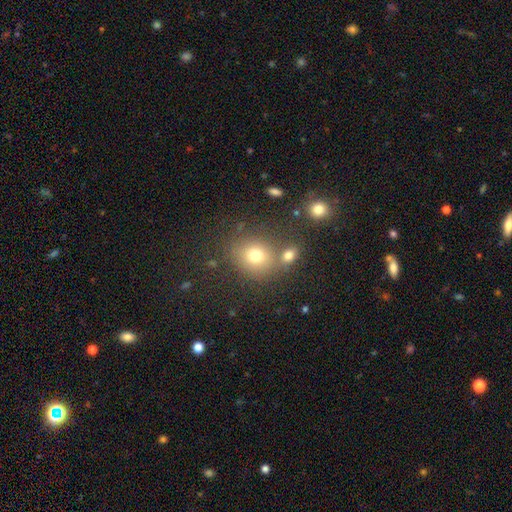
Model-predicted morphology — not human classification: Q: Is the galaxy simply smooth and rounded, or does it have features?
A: smooth — 74%.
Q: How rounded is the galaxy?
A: round — 76%.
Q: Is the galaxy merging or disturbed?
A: none — 65%.